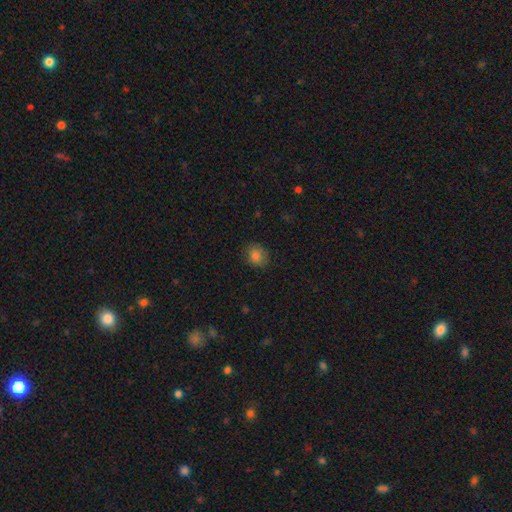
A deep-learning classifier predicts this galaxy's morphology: Smooth or featured? Predicted: smooth (p=0.84). How rounded? Predicted: round (p=0.63). Merging? Predicted: none (p=0.83).